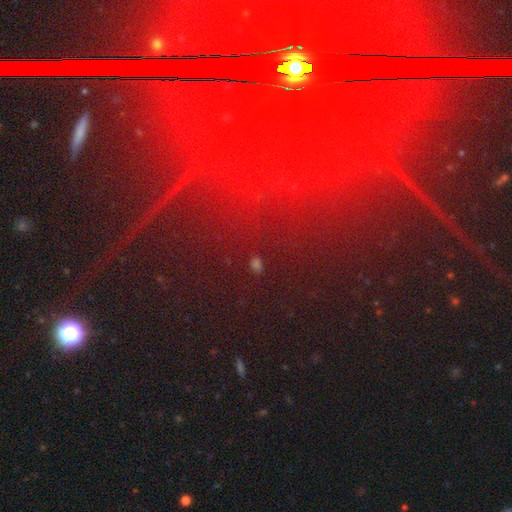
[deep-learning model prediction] star or artifact 81%, featured or disk 11%, smooth 8%.